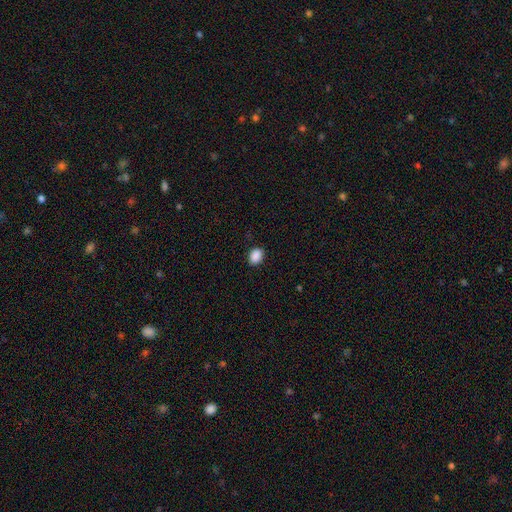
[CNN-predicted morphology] Q: Smooth or featured?
A: smooth (89%); runner-up: star or artifact (8%)
Q: How rounded?
A: in between (72%); runner-up: round (27%)
Q: Merging?
A: none (88%); runner-up: minor disturbance (9%)